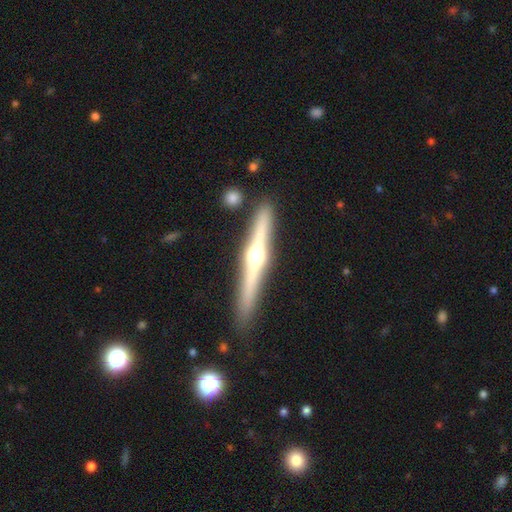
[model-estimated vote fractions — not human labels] A featured or disk galaxy (75%) viewed edge-on (98%) with a rounded central bulge (95%). Merging: none (87%).